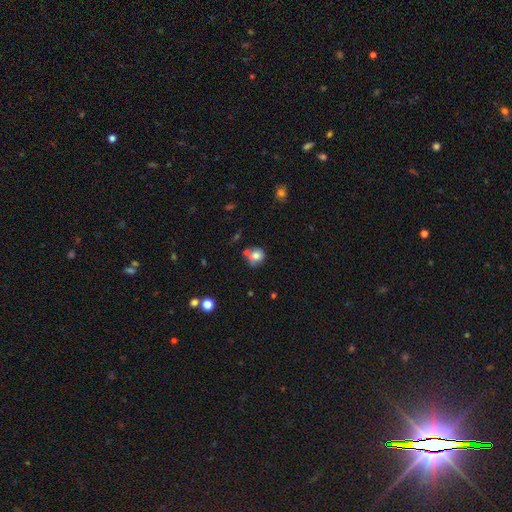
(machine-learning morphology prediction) Smooth or featured?
  - smooth: 73% *
  - featured or disk: 16%
  - star or artifact: 11%
How rounded?
  - round: 77% *
  - in between: 22%
  - cigar-shaped: 1%
Merging?
  - none: 51% *
  - merger: 26%
  - minor disturbance: 17%
  - major disturbance: 6%